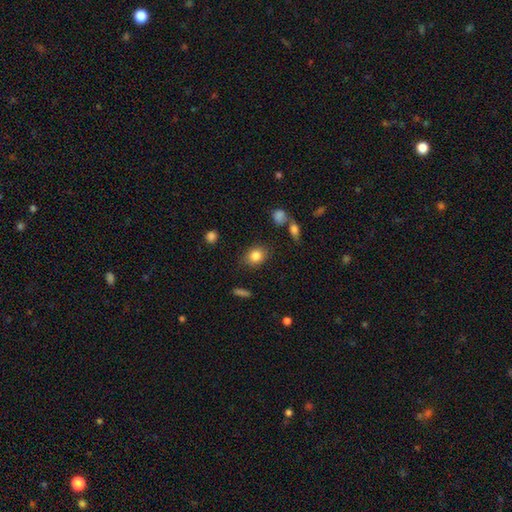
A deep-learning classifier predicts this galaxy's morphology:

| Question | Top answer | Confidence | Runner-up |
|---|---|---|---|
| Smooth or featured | smooth | 83% | star or artifact (9%) |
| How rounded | round | 52% | in between (47%) |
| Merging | none | 83% | minor disturbance (11%) |